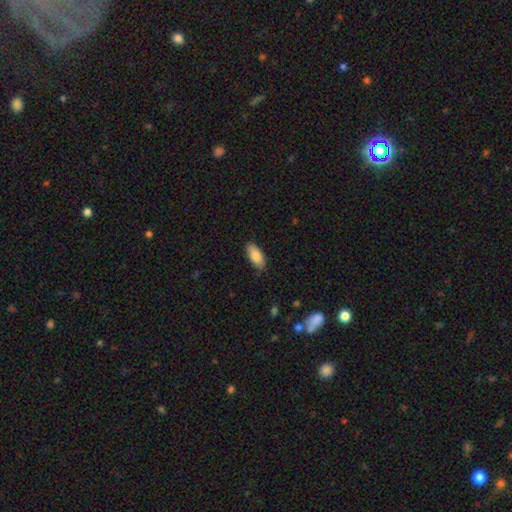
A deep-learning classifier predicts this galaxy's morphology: A smooth galaxy with no disk features (85%) that is in between round and cigar-shaped (87%). Merging: none (82%).